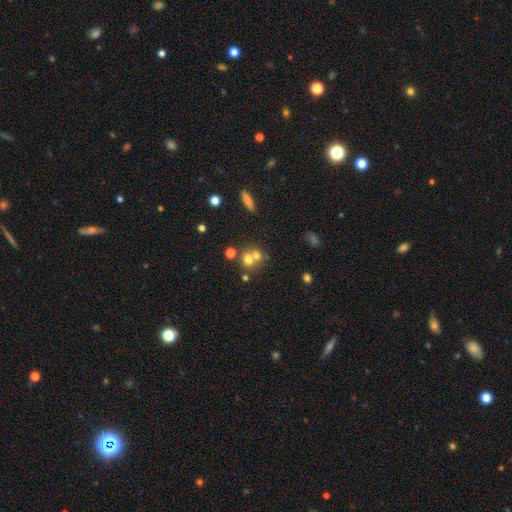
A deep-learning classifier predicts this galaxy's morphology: Smooth or featured?
  - smooth: 60% *
  - featured or disk: 22%
  - star or artifact: 18%
How rounded?
  - round: 77% *
  - in between: 21%
  - cigar-shaped: 2%
Merging?
  - merger: 53% *
  - none: 38%
  - minor disturbance: 7%
  - major disturbance: 3%